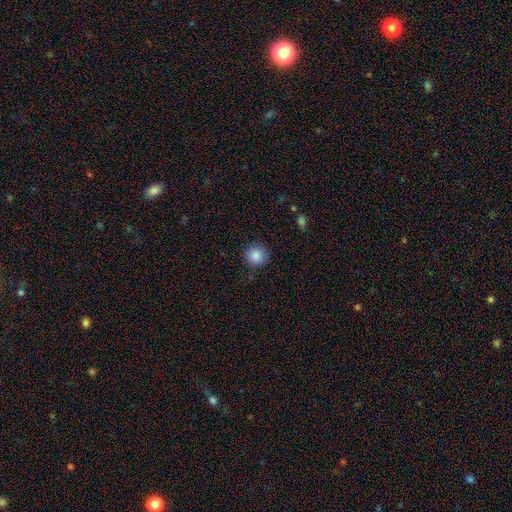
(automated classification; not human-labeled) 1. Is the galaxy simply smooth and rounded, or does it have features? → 87% smooth, 9% star or artifact, 4% featured or disk.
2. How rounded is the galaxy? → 93% round, 6% in between, 1% cigar-shaped.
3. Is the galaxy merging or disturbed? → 85% none, 11% minor disturbance, 3% major disturbance, 1% merger.